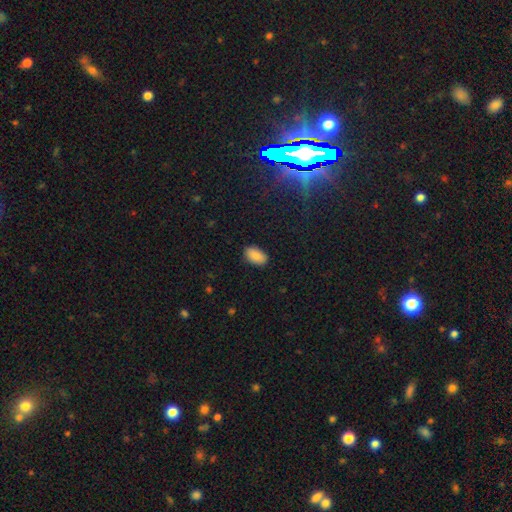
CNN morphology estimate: Q: Smooth or featured?
A: smooth (86%); runner-up: star or artifact (8%)
Q: How rounded?
A: in between (94%); runner-up: round (5%)
Q: Merging?
A: none (88%); runner-up: minor disturbance (9%)